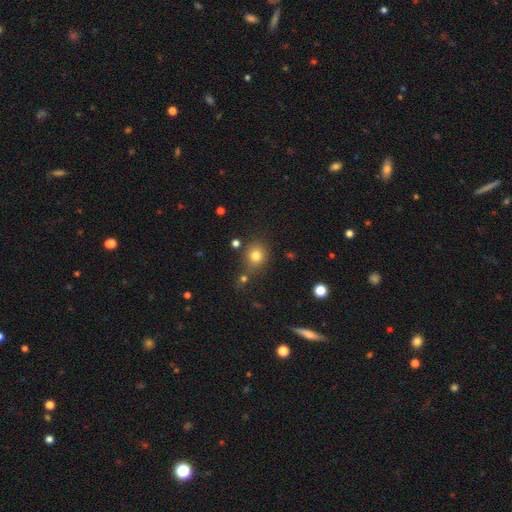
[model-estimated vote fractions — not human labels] The model was most divided on "how rounded": round: 77%, in between: 22%, cigar-shaped: 1%. More confident: smooth or featured — smooth (78%); merging — none (72%).